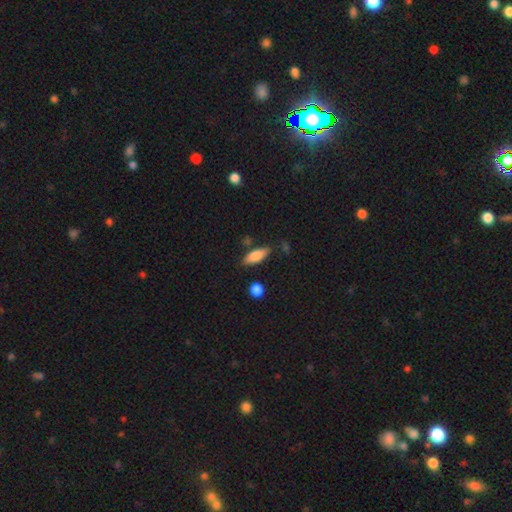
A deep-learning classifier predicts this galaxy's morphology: Smooth or featured? smooth (81%)
How rounded? in between (63%)
Merging? none (78%)